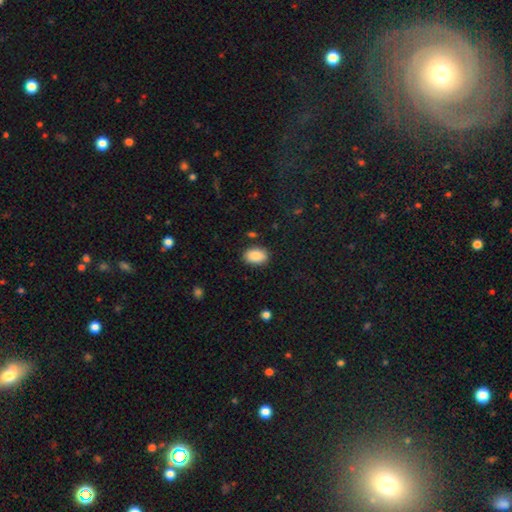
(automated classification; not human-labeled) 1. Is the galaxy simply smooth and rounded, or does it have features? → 89% smooth, 7% star or artifact, 4% featured or disk.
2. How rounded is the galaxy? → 84% in between, 15% round, 1% cigar-shaped.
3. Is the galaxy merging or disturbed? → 86% none, 10% minor disturbance, 3% major disturbance, 2% merger.